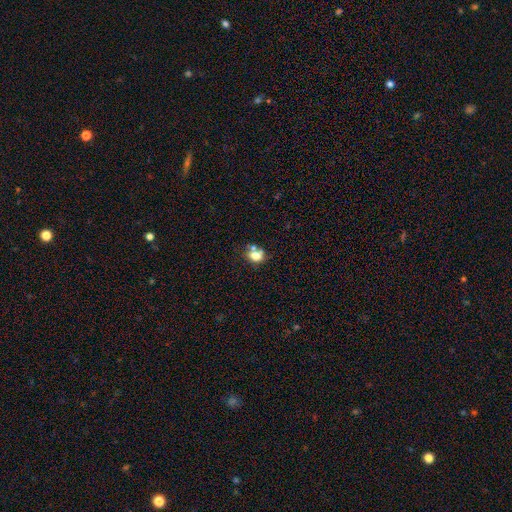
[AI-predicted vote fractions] Smooth or featured? Predicted: smooth (p=0.71). How rounded? Predicted: round (p=0.51). Merging? Predicted: none (p=0.53).